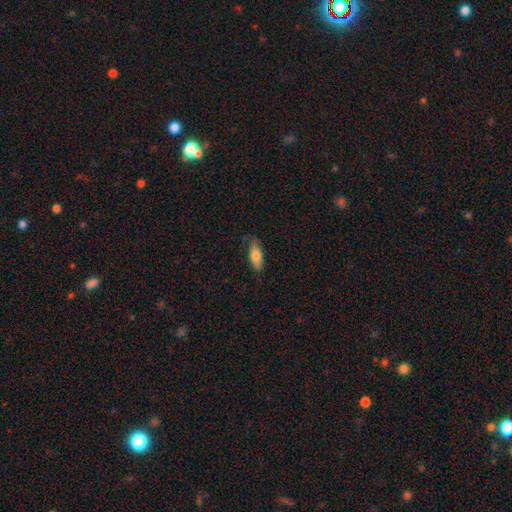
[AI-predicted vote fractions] Q: Smooth or featured?
A: smooth (75%); runner-up: featured or disk (18%)
Q: How rounded?
A: in between (66%); runner-up: cigar-shaped (31%)
Q: Merging?
A: none (80%); runner-up: minor disturbance (17%)